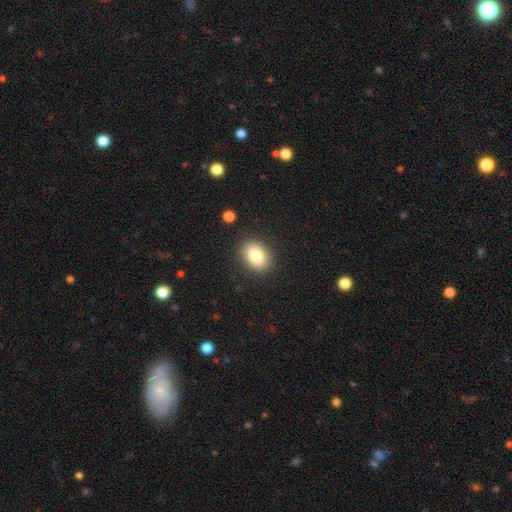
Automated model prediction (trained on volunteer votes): Q: Smooth or featured?
A: smooth (82%); runner-up: featured or disk (10%)
Q: How rounded?
A: in between (68%); runner-up: round (31%)
Q: Merging?
A: none (88%); runner-up: minor disturbance (8%)